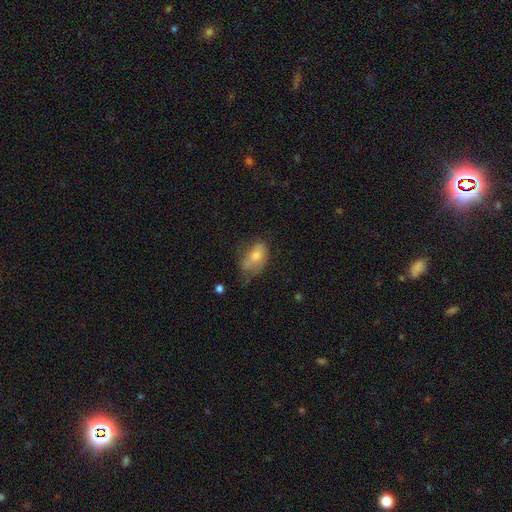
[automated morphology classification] This is likely a smooth galaxy (62%). How rounded: clearly in between (89%). Merging: marginally none (39%).